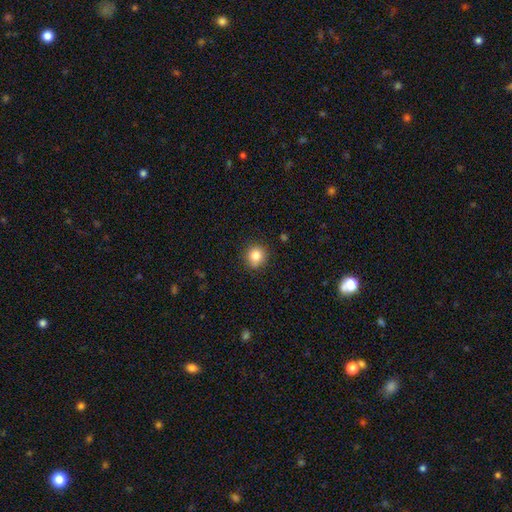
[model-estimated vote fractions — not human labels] A smooth galaxy with no disk features (83%) that is round (88%).

Vote fractions:
- Smooth or featured? smooth: 83% / star or artifact: 11% / featured or disk: 6%
- How rounded? round: 88% / in between: 11% / cigar-shaped: 1%
- Merging? none: 86% / minor disturbance: 10% / major disturbance: 2% / merger: 1%